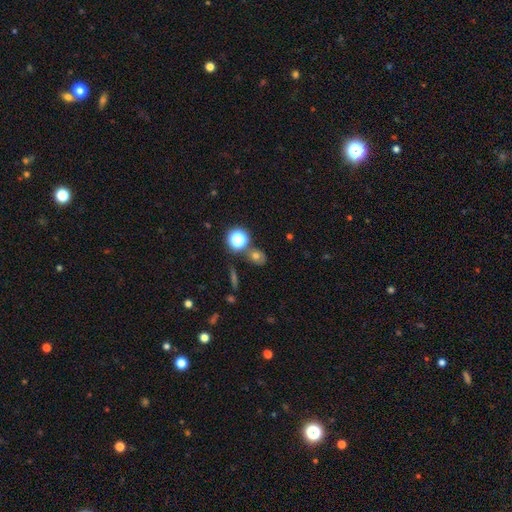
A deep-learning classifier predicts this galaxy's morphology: smooth_or_featured: smooth (p=0.64) [alt: star or artifact p=0.23]
how_rounded: round (p=0.60) [alt: in between p=0.38]
merging: none (p=0.71) [alt: merger p=0.12]